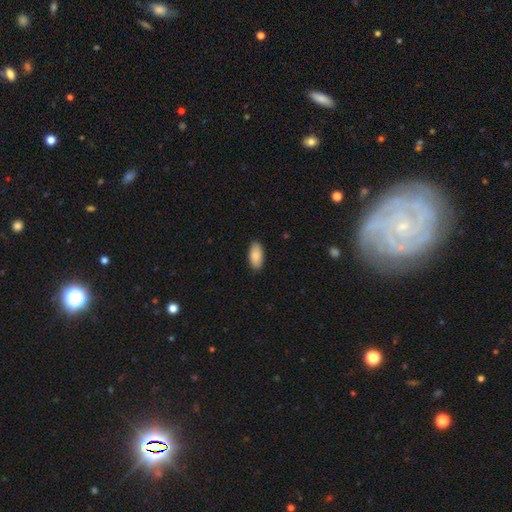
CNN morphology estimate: Smooth or featured? smooth (89%)
How rounded? in between (92%)
Merging? none (89%)